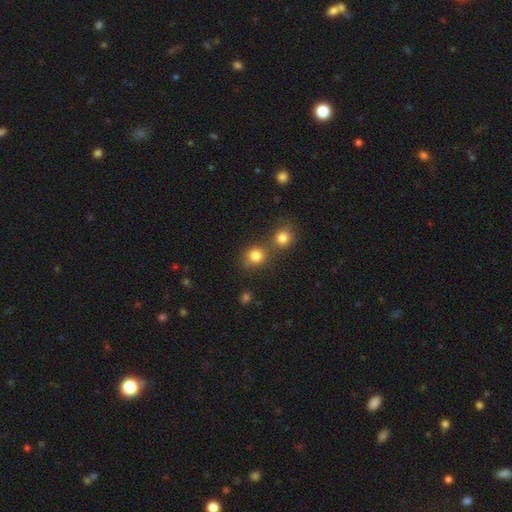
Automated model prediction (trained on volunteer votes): Overall: smooth (82%). How rounded: round (82%). Merging: none (55%; merger 32%).